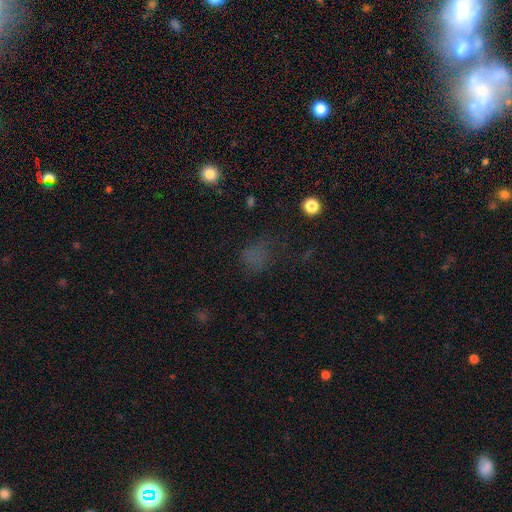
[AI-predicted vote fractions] smooth_or_featured: smooth (p=0.56) [alt: star or artifact p=0.30]
how_rounded: round (p=0.56) [alt: in between p=0.42]
merging: none (p=0.48) [alt: major disturbance p=0.27]